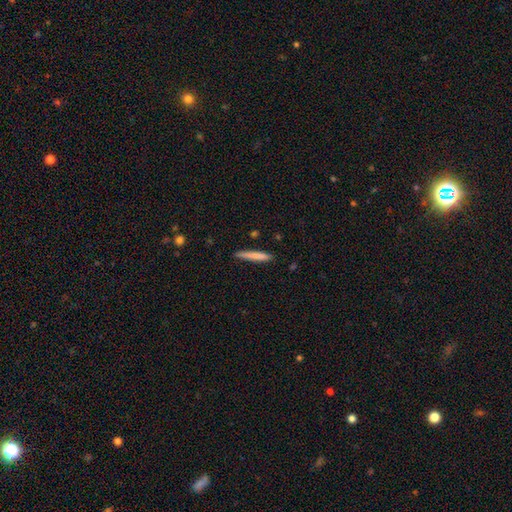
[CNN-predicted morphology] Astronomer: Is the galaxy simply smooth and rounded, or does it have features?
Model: smooth — 77%.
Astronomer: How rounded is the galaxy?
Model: cigar-shaped — 95%.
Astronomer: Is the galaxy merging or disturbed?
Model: none — 86%.